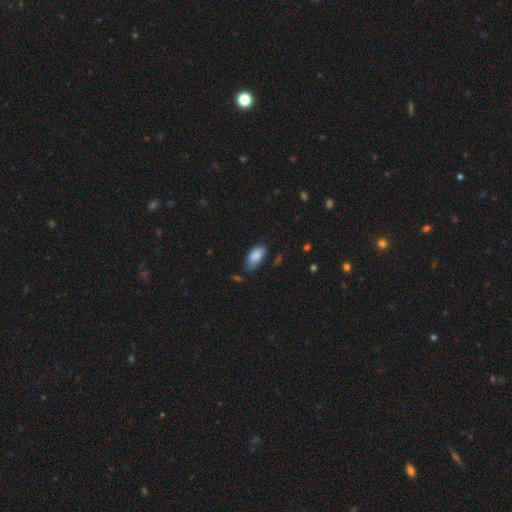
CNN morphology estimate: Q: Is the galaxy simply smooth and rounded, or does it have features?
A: smooth — 87%.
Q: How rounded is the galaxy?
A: in between — 92%.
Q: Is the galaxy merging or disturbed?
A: none — 63%.